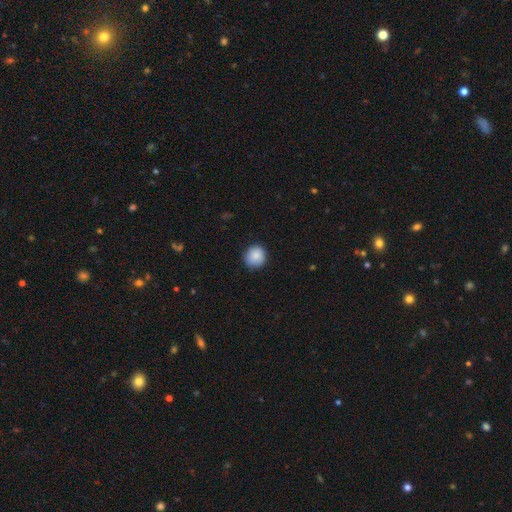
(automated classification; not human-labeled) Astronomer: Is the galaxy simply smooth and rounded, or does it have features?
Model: smooth — 88%.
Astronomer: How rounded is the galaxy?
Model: round — 88%.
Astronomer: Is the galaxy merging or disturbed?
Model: none — 86%.